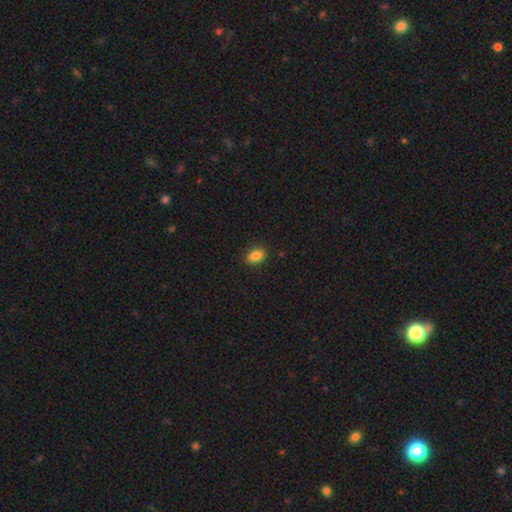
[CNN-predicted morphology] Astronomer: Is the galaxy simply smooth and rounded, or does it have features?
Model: smooth — 85%.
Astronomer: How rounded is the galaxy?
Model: in between — 87%.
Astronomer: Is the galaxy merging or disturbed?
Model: none — 88%.